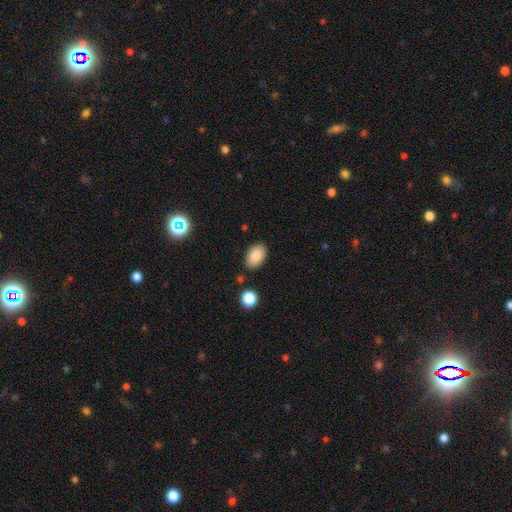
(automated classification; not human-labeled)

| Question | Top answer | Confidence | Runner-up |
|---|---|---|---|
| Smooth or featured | smooth | 87% | star or artifact (8%) |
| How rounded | in between | 90% | round (9%) |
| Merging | none | 83% | minor disturbance (11%) |